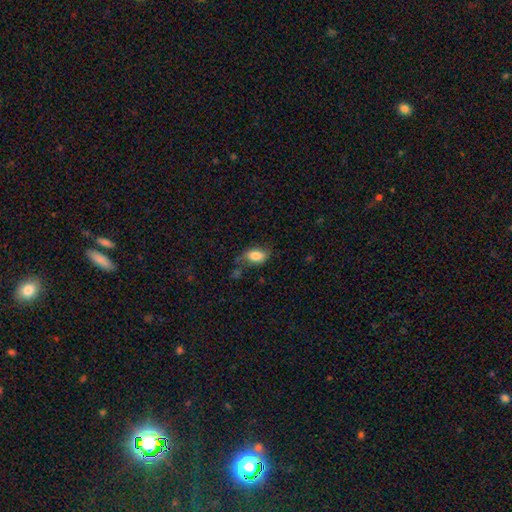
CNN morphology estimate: A smooth galaxy with no disk features (81%) that is in between round and cigar-shaped (88%). Merging: none (56%).